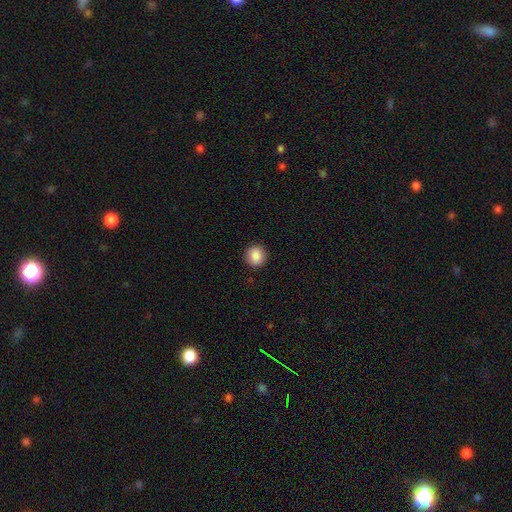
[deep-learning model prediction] Smooth or featured? smooth (88%)
How rounded? round (87%)
Merging? none (91%)